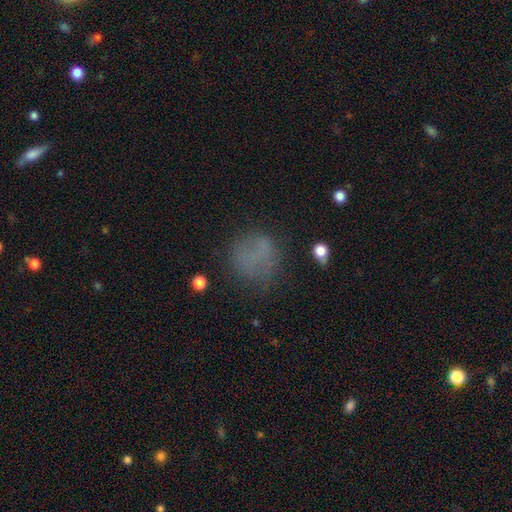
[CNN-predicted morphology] The model was most divided on "merging": none: 61%, minor disturbance: 20%, major disturbance: 15%, merger: 3%. More confident: how rounded — round (77%); smooth or featured — smooth (62%).